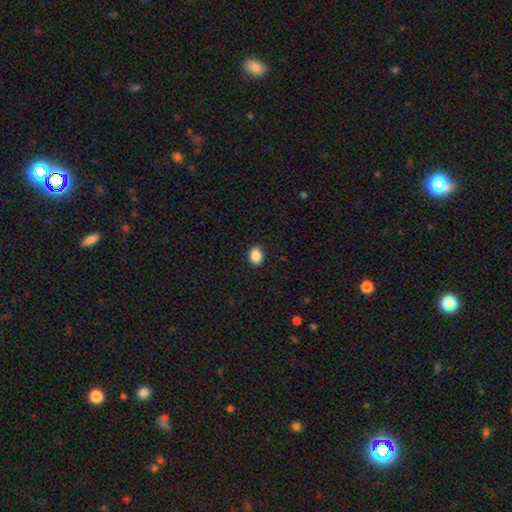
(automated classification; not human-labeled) Morphology: type=smooth (88%); roundness=in between (50%); merging=none (90%).